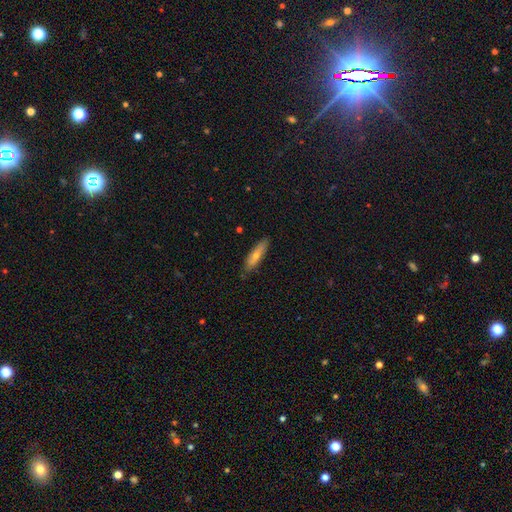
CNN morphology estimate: Smooth or featured: smooth — 64% (featured or disk — 30%)
How rounded: cigar-shaped — 65% (in between — 33%)
Merging: none — 80% (minor disturbance — 16%)